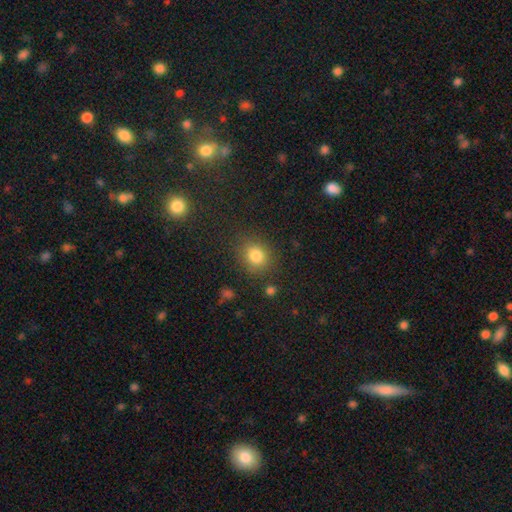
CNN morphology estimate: A smooth galaxy with no disk features (82%) that is round (71%). Merging: none (82%).